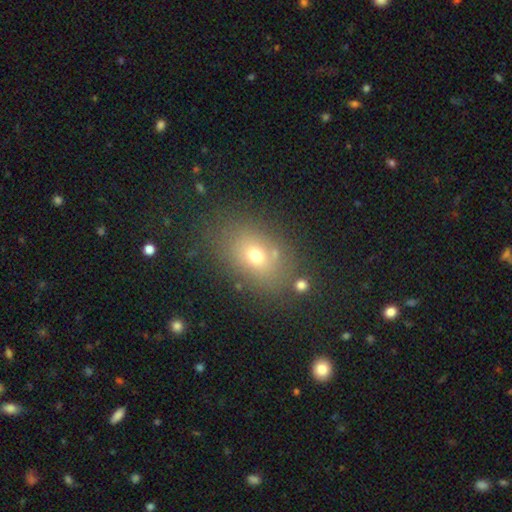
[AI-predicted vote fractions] Smooth or featured? smooth (67%)
How rounded? in between (67%)
Merging? none (75%)